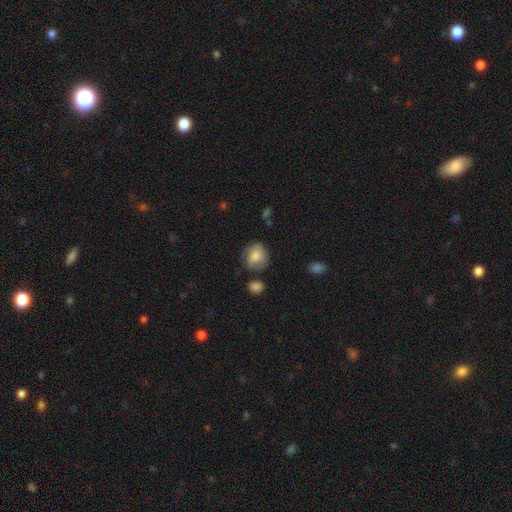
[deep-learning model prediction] Q: Smooth or featured?
A: smooth (73%); runner-up: featured or disk (19%)
Q: How rounded?
A: round (75%); runner-up: in between (24%)
Q: Merging?
A: none (66%); runner-up: minor disturbance (22%)